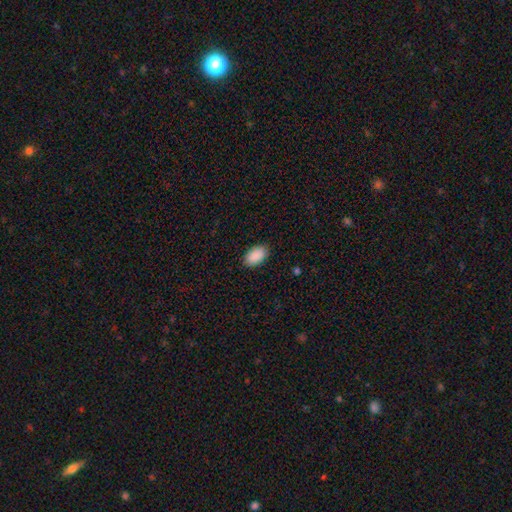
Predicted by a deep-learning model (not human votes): Overall: smooth (91%). How rounded: in between (95%). Merging: none (87%).